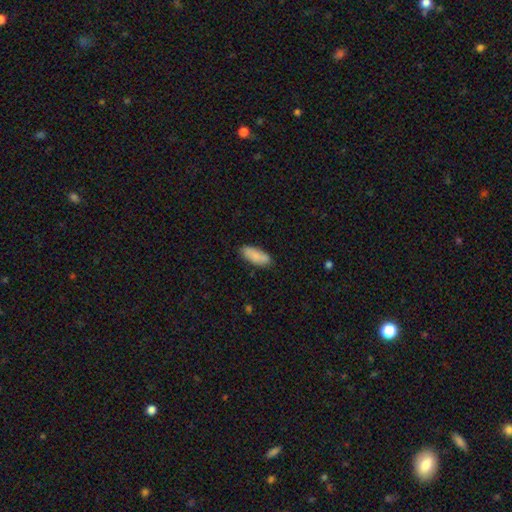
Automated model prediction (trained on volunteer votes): This appears to be a smooth galaxy with no disk features (84%) that is in between round and cigar-shaped (78%). Merging: none (81%).